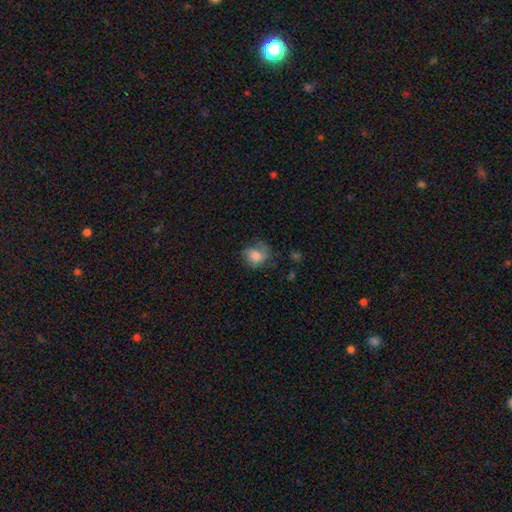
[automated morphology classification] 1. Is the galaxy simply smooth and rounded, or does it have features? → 72% smooth, 19% featured or disk, 9% star or artifact.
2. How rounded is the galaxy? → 57% round, 42% in between, 1% cigar-shaped.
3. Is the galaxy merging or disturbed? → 52% none, 29% minor disturbance, 17% major disturbance, 2% merger.